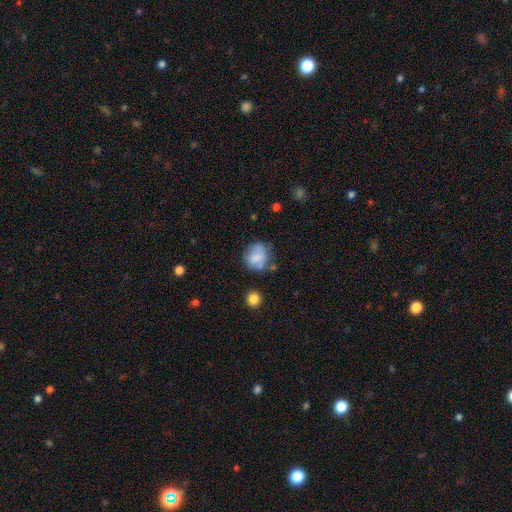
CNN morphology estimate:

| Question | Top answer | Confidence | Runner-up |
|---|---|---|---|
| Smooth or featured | smooth | 74% | featured or disk (16%) |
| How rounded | round | 72% | in between (27%) |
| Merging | none | 55% | minor disturbance (26%) |